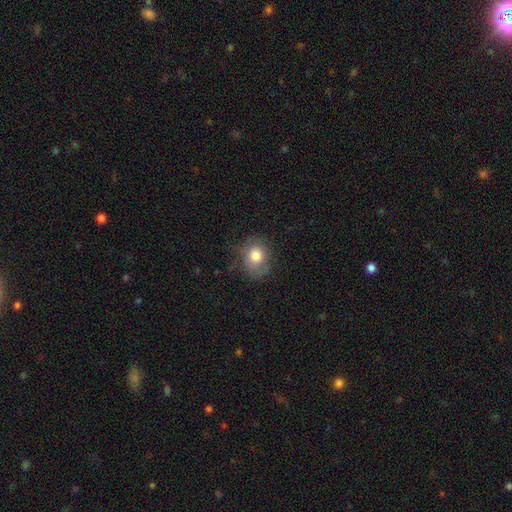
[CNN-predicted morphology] A smooth galaxy with no disk features (77%) that is round (59%).

Vote fractions:
- Smooth or featured? smooth: 77% / featured or disk: 14% / star or artifact: 9%
- How rounded? round: 59% / in between: 40% / cigar-shaped: 1%
- Merging? none: 66% / minor disturbance: 23% / major disturbance: 10% / merger: 1%